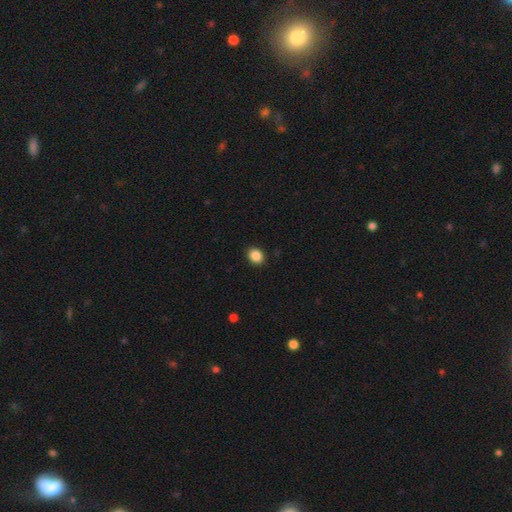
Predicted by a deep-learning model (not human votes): This appears to be a smooth galaxy with no disk features (87%) that is round (50%). Merging: none (90%).